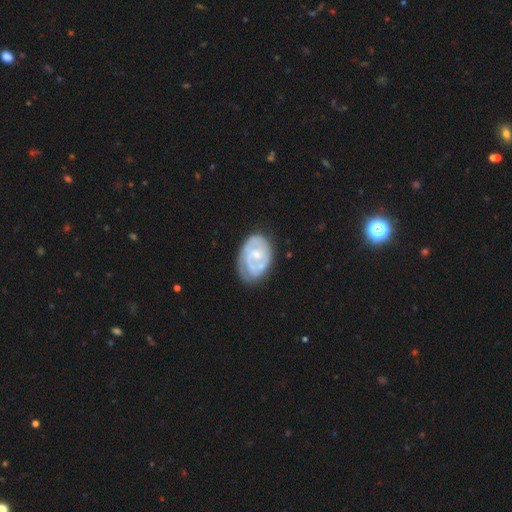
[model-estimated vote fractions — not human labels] smooth_or_featured: featured or disk (p=0.69) [alt: smooth p=0.26]
disk_edge_on: no (p=0.97) [alt: yes p=0.03]
bar: no (p=0.63) [alt: weak p=0.31]
has_spiral_arms: yes (p=0.71) [alt: no p=0.29]
bulge_size: small (p=0.49) [alt: moderate p=0.41]
merging: none (p=0.57) [alt: minor disturbance p=0.29]